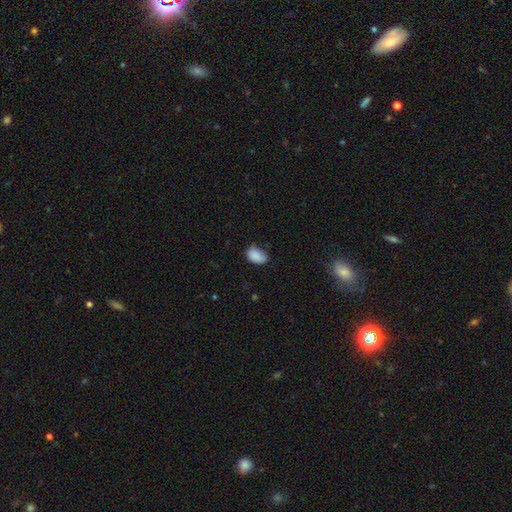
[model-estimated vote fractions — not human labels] Smooth or featured: smooth — 86% (star or artifact — 8%)
How rounded: in between — 85% (round — 14%)
Merging: none — 60% (minor disturbance — 32%)